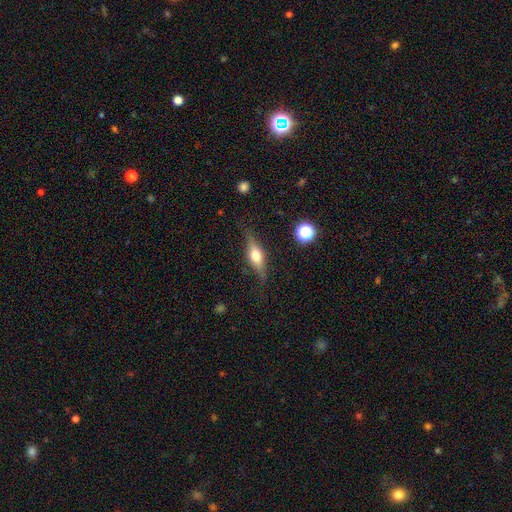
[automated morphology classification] smooth-or-featured: featured or disk: 55% | smooth: 37% | star or artifact: 8%
  disk-edge-on: yes: 92% | no: 8%
    edge-on-bulge: rounded: 92% | boxy: 6% | none: 2%
  merging: none: 80% | minor disturbance: 14% | major disturbance: 4% | merger: 2%